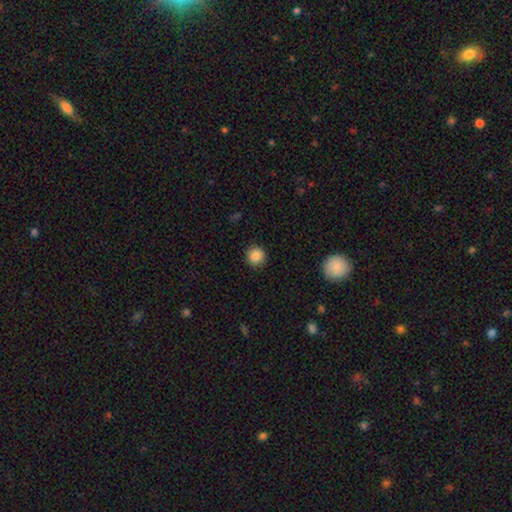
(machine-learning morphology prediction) Smooth or featured? smooth (87%)
How rounded? round (93%)
Merging? none (91%)